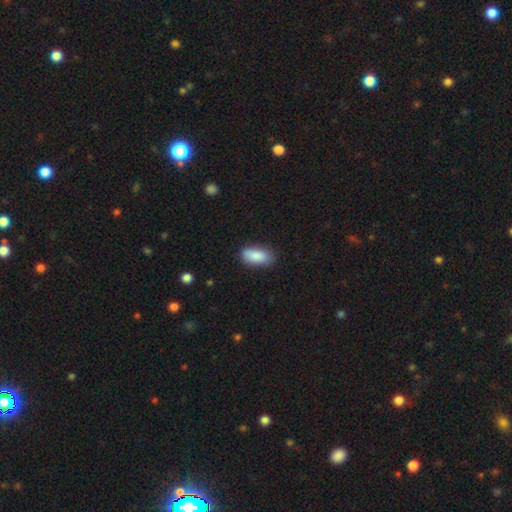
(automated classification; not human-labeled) Smooth or featured? smooth (88%)
How rounded? in between (89%)
Merging? none (82%)